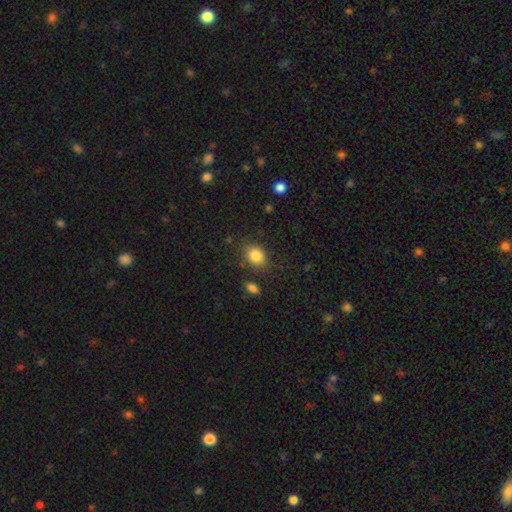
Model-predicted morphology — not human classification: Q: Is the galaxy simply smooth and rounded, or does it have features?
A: smooth — 85%.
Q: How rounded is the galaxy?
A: in between — 52%.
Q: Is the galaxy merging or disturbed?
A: none — 79%.